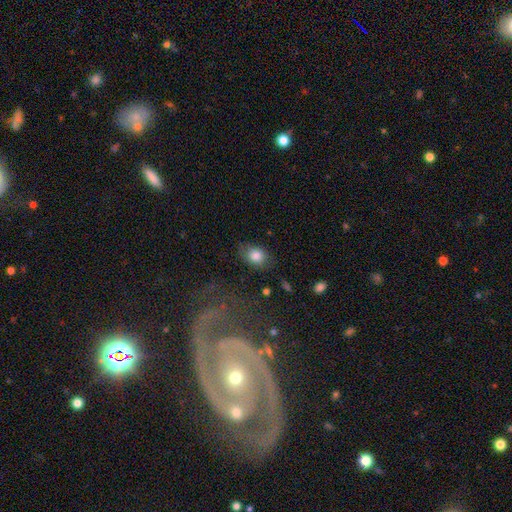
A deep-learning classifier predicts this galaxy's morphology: type=smooth (83%); roundness=in between (68%); merging=none (74%).